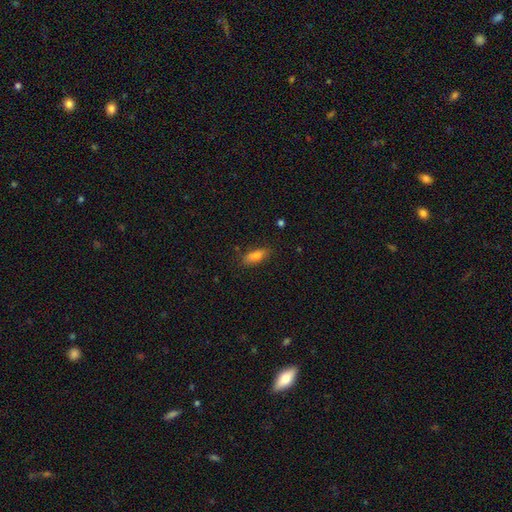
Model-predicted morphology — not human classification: This is likely a smooth galaxy (75%). How rounded: likely in between (66%). Merging: clearly none (82%).